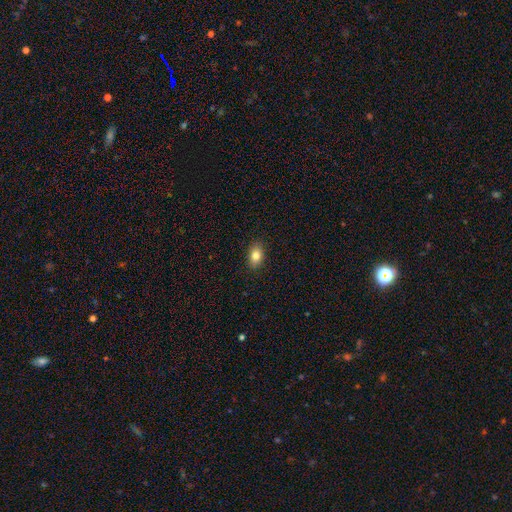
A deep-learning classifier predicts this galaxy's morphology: type=smooth (82%); roundness=in between (85%); merging=none (89%).